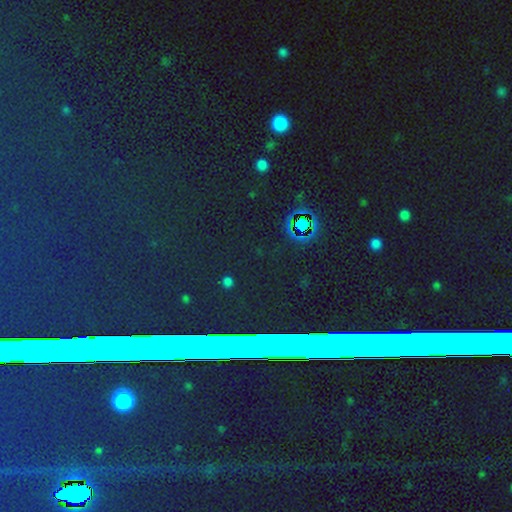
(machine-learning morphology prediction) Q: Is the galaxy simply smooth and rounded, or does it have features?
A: star or artifact — 80%.